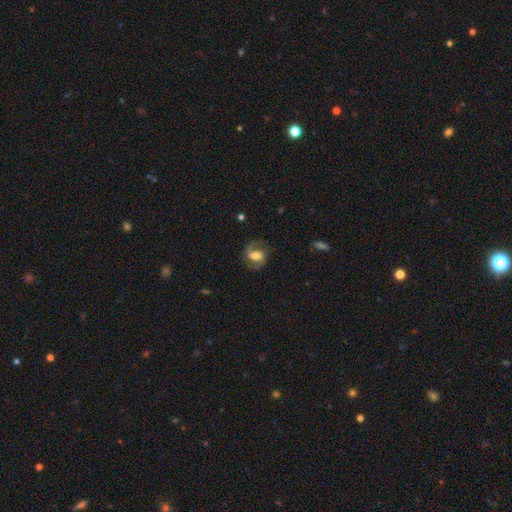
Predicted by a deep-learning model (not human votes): Q: Smooth or featured?
A: featured or disk (69%); runner-up: smooth (24%)
Q: Edge-on disk?
A: no (97%); runner-up: yes (3%)
Q: Bar?
A: weak (43%); runner-up: no (32%)
Q: Spiral arms?
A: yes (91%); runner-up: no (9%)
Q: Spiral winding?
A: medium (52%); runner-up: loose (29%)
Q: Spiral arm count?
A: 2 (85%); runner-up: 1 (8%)
Q: Bulge size?
A: moderate (51%); runner-up: large (26%)
Q: Merging?
A: none (71%); runner-up: minor disturbance (16%)